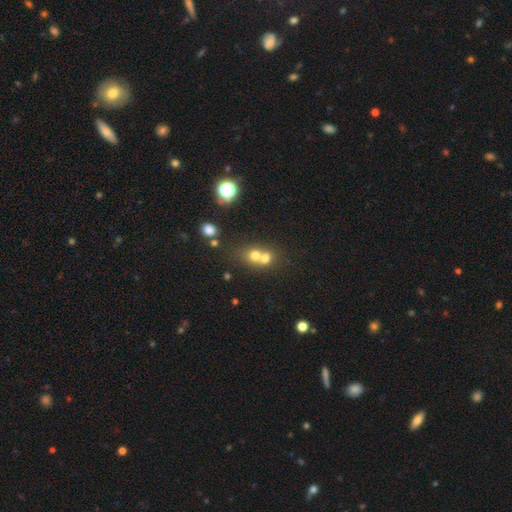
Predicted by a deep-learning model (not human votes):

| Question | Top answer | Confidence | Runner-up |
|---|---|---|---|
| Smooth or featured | smooth | 67% | featured or disk (17%) |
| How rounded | round | 70% | in between (29%) |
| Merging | merger | 65% | none (27%) |